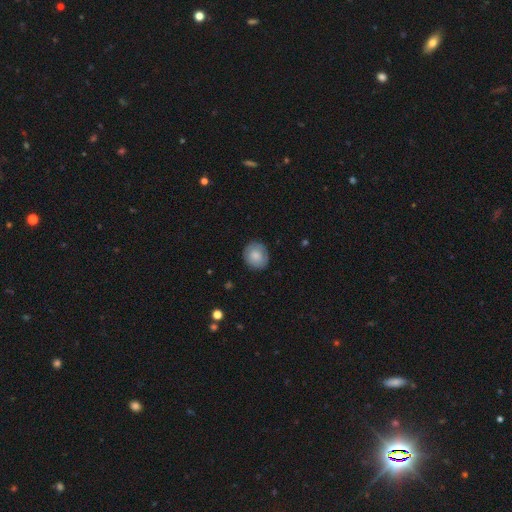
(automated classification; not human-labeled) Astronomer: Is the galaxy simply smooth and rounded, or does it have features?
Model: smooth — 79%.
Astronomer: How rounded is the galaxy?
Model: round — 79%.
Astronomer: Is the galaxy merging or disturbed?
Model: none — 84%.